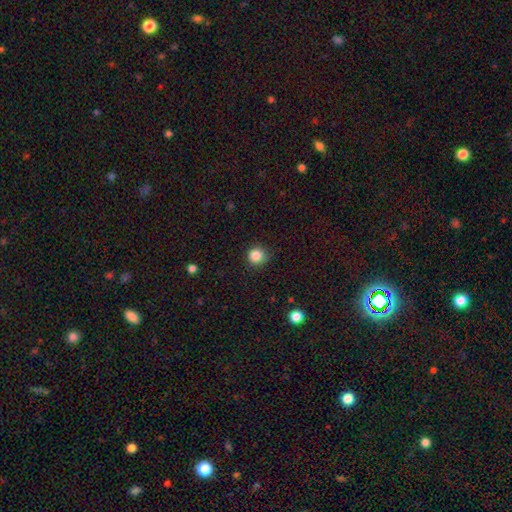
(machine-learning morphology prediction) The model was most divided on "smooth or featured": smooth: 85%, star or artifact: 11%, featured or disk: 4%. More confident: how rounded — round (93%); merging — none (85%).